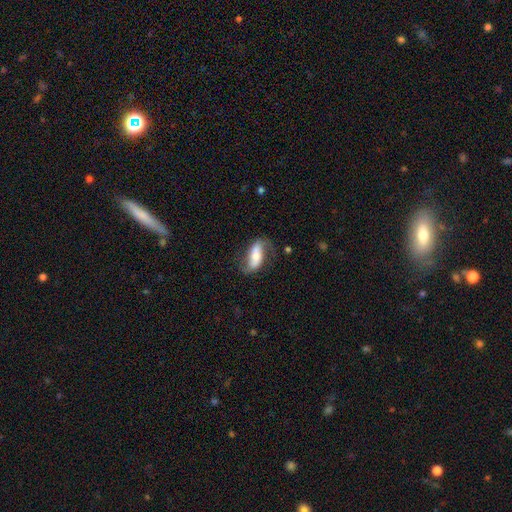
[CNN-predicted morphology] smooth_or_featured: featured or disk (p=0.67) [alt: smooth p=0.27]
disk_edge_on: no (p=0.91) [alt: yes p=0.09]
bar: strong (p=0.42) [alt: no p=0.30]
has_spiral_arms: yes (p=0.88) [alt: no p=0.12]
spiral_winding: loose (p=0.64) [alt: medium p=0.26]
spiral_arm_count: 2 (p=0.87) [alt: 1 p=0.06]
bulge_size: moderate (p=0.45) [alt: small p=0.35]
merging: none (p=0.65) [alt: minor disturbance p=0.20]